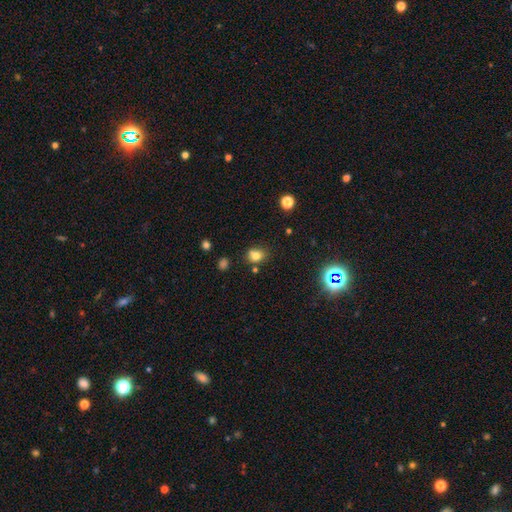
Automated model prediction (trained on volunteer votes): Smooth or featured?
  - smooth: 77% *
  - star or artifact: 15%
  - featured or disk: 8%
How rounded?
  - round: 56% *
  - in between: 43%
  - cigar-shaped: 1%
Merging?
  - none: 68% *
  - minor disturbance: 18%
  - merger: 9%
  - major disturbance: 5%